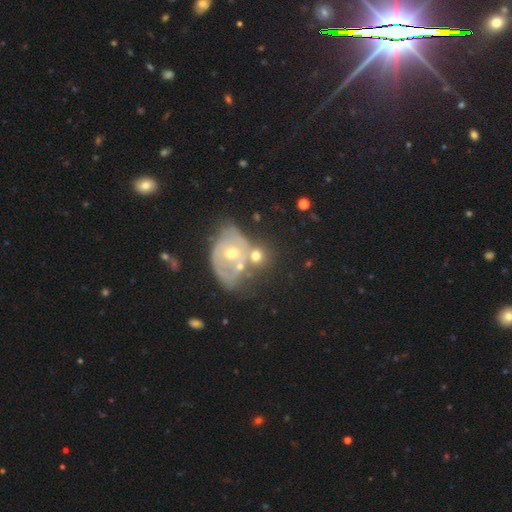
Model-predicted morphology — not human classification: smooth 50%, featured or disk 38%, star or artifact 12%. Down the decision tree: merging — merger (42%).